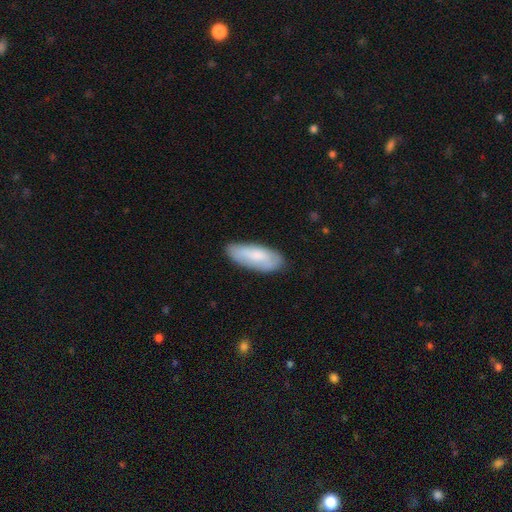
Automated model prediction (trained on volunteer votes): Q: Smooth or featured?
A: smooth (76%); runner-up: featured or disk (18%)
Q: How rounded?
A: in between (76%); runner-up: cigar-shaped (22%)
Q: Merging?
A: none (78%); runner-up: minor disturbance (17%)